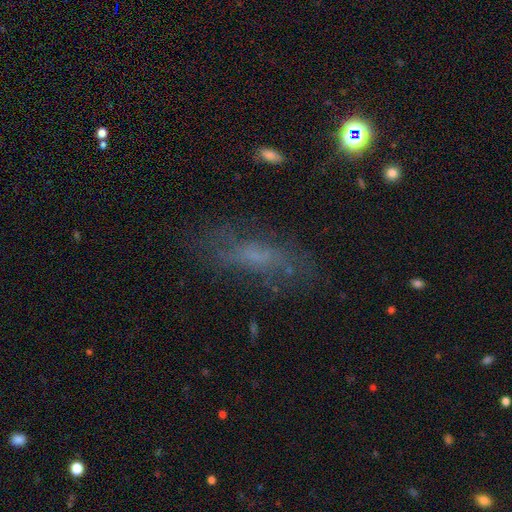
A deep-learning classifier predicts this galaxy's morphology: smooth_or_featured: featured or disk (p=0.42) [alt: smooth p=0.39]
merging: none (p=0.67) [alt: minor disturbance p=0.18]